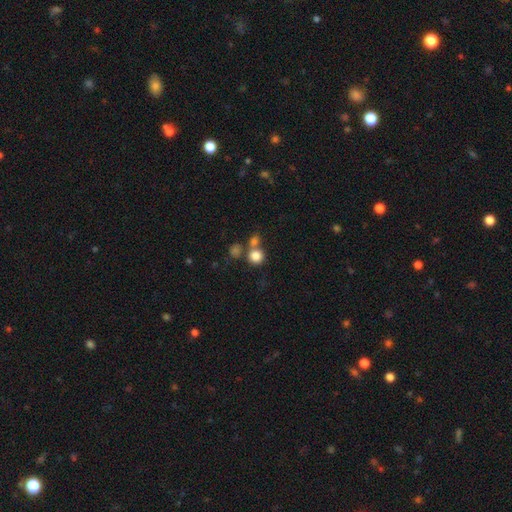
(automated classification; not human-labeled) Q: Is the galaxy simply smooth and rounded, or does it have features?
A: smooth — 81%.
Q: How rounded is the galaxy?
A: round — 90%.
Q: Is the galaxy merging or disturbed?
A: none — 56%.